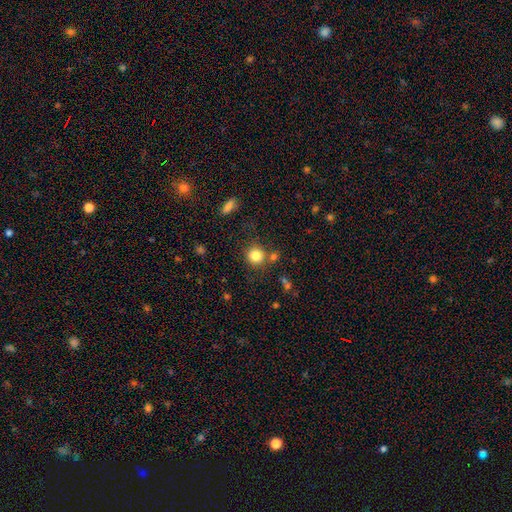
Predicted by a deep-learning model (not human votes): Q: Smooth or featured?
A: smooth (82%); runner-up: star or artifact (12%)
Q: How rounded?
A: round (91%); runner-up: in between (8%)
Q: Merging?
A: none (76%); runner-up: merger (11%)